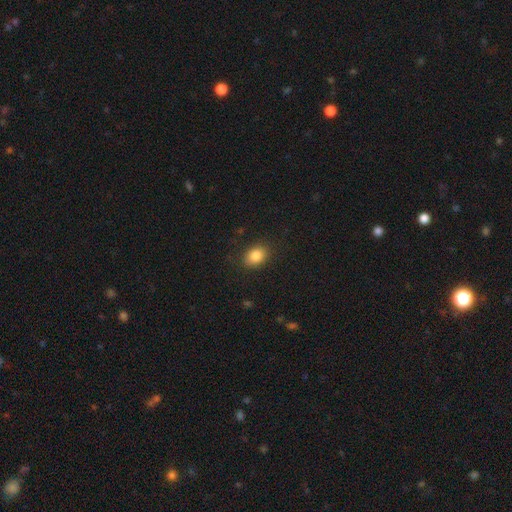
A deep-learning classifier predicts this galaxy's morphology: The model was most divided on "how rounded": in between: 66%, round: 33%, cigar-shaped: 1%. More confident: merging — none (85%); smooth or featured — smooth (85%).